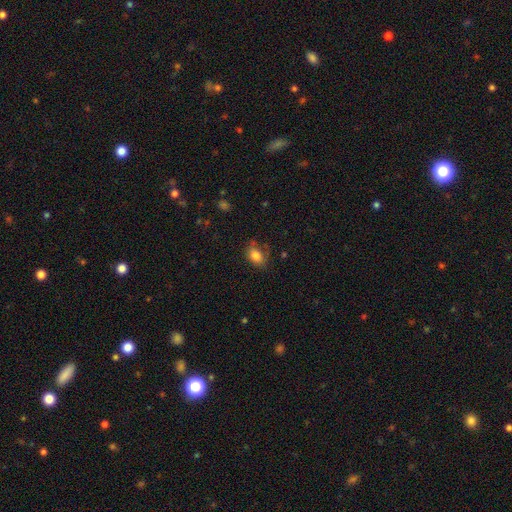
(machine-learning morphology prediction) The model was most divided on "merging": none: 58%, minor disturbance: 27%, major disturbance: 12%, merger: 2%. More confident: how rounded — in between (80%); smooth or featured — smooth (80%).